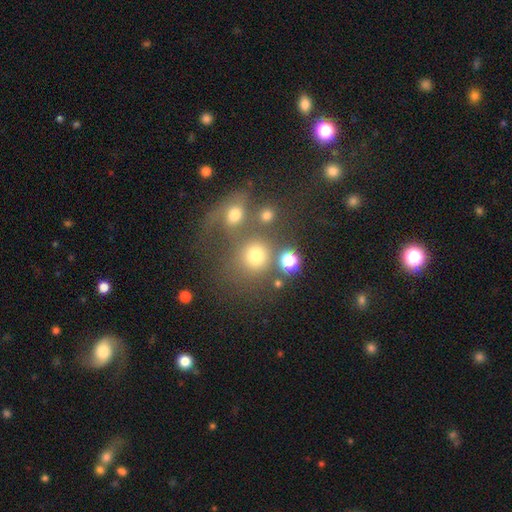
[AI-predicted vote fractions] The model was most divided on "merging": none: 50%, merger: 31%, minor disturbance: 10%, major disturbance: 9%. More confident: how rounded — round (82%); smooth or featured — smooth (72%).